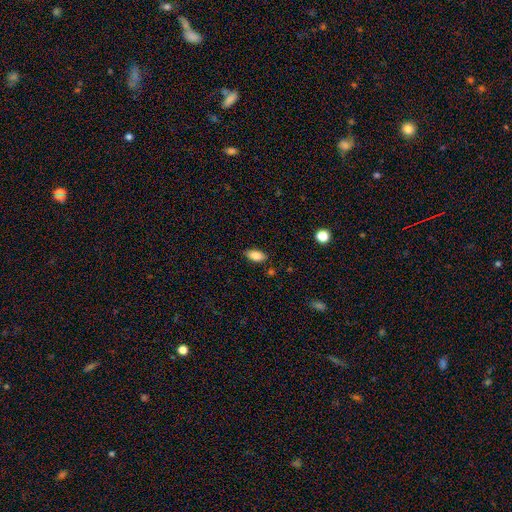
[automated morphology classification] Smooth or featured?
  - smooth: 86% *
  - star or artifact: 8%
  - featured or disk: 6%
How rounded?
  - in between: 89% *
  - cigar-shaped: 8%
  - round: 3%
Merging?
  - none: 84% *
  - minor disturbance: 12%
  - major disturbance: 3%
  - merger: 2%